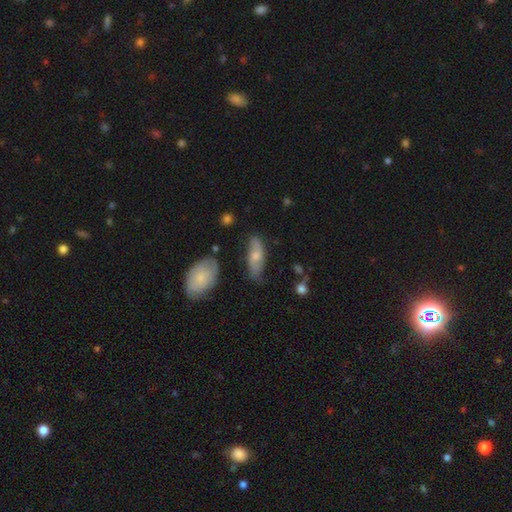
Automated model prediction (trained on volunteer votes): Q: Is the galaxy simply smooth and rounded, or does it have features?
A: smooth — 48%.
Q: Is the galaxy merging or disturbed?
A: none — 65%.